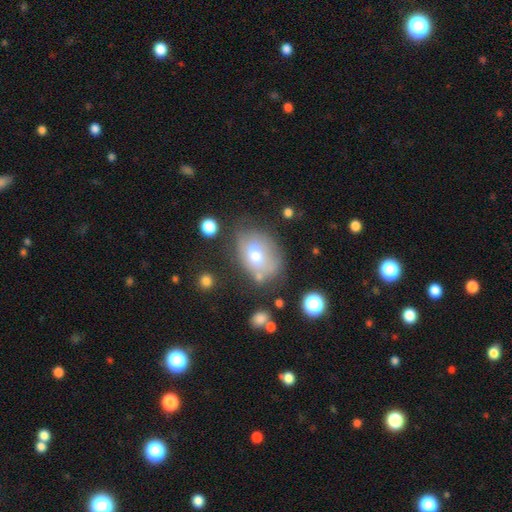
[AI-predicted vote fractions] Smooth or featured?
  - smooth: 59% *
  - featured or disk: 31%
  - star or artifact: 10%
How rounded?
  - in between: 74% *
  - round: 25%
  - cigar-shaped: 1%
Merging?
  - none: 52% *
  - minor disturbance: 27%
  - major disturbance: 13%
  - merger: 8%